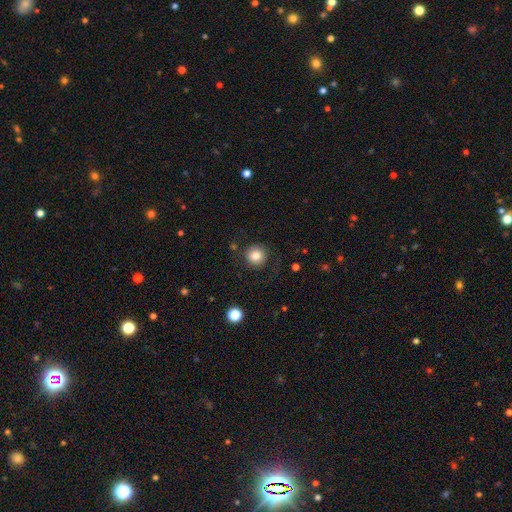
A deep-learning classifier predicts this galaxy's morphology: A smooth galaxy with no disk features (83%) that is round (93%). Merging: none (81%).